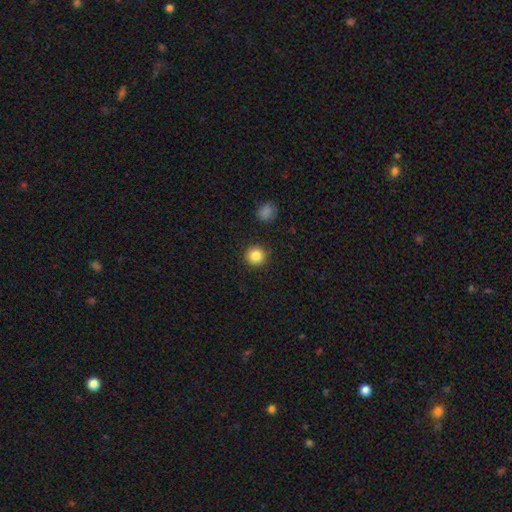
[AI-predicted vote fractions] Smooth or featured? smooth (85%)
How rounded? round (95%)
Merging? none (92%)